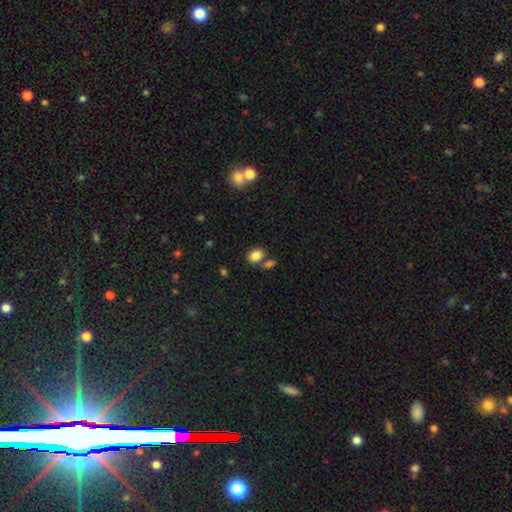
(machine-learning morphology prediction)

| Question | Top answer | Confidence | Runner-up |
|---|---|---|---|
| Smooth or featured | smooth | 84% | star or artifact (10%) |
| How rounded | in between | 69% | round (30%) |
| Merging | none | 58% | merger (26%) |